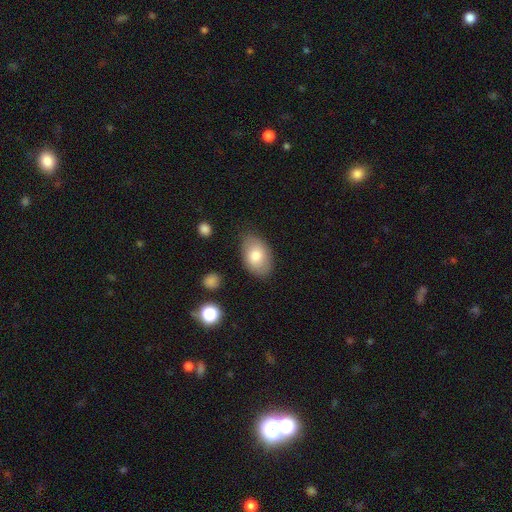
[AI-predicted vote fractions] This is likely a smooth galaxy (78%). How rounded: clearly in between (90%). Merging: likely none (80%).